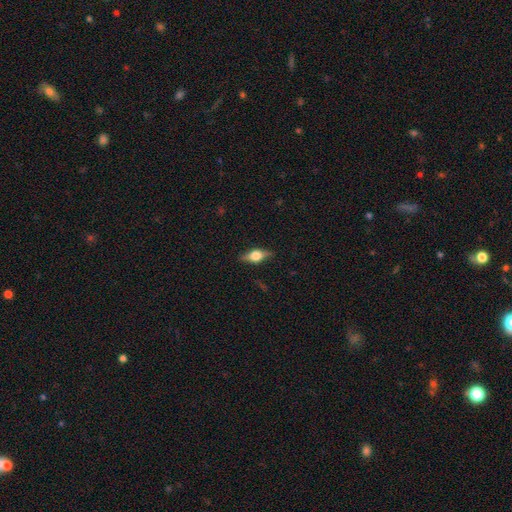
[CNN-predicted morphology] Smooth or featured: featured or disk — 53% (smooth — 39%)
Edge-on disk: yes — 93% (no — 7%)
Merging: none — 85% (minor disturbance — 11%)